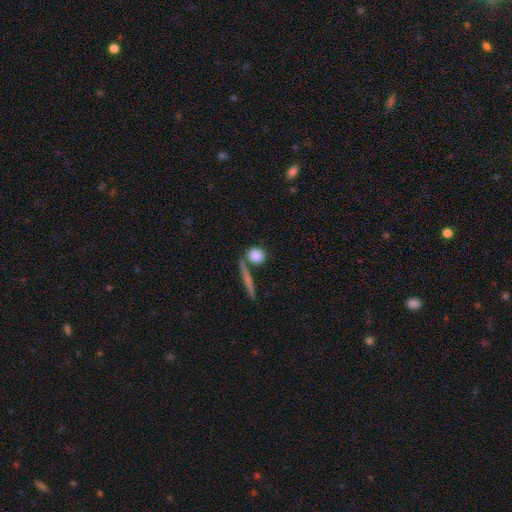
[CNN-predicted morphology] A smooth galaxy with no disk features (83%) that is round (73%). Merging: none (67%).